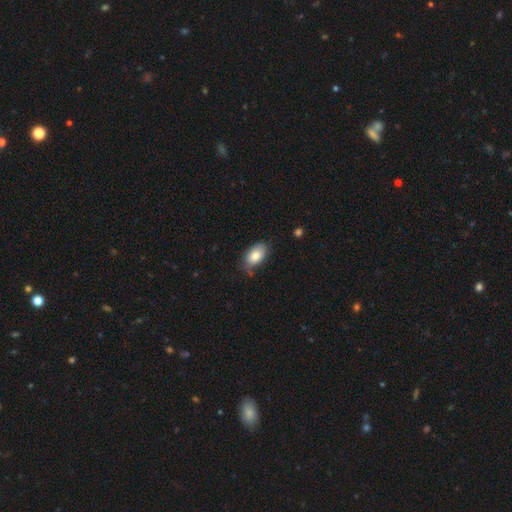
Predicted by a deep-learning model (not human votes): A smooth galaxy with no disk features (81%) that is in between round and cigar-shaped (93%). Merging: none (66%).